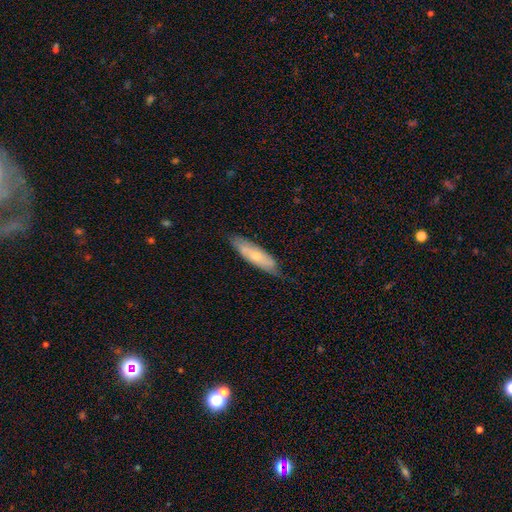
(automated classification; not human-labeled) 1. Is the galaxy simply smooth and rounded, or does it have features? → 53% smooth, 41% featured or disk, 6% star or artifact.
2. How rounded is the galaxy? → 62% cigar-shaped, 36% in between, 2% round.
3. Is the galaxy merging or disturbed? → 73% none, 21% minor disturbance, 4% major disturbance, 1% merger.